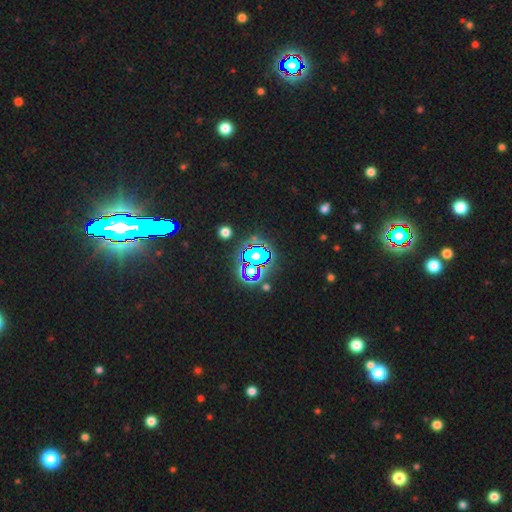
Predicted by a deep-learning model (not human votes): smooth_or_featured: star or artifact (p=0.65) [alt: smooth p=0.19]